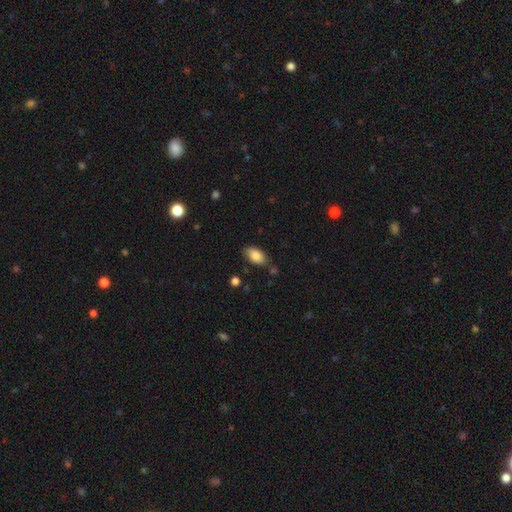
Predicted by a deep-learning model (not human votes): Smooth or featured? smooth (85%)
How rounded? in between (93%)
Merging? none (75%)